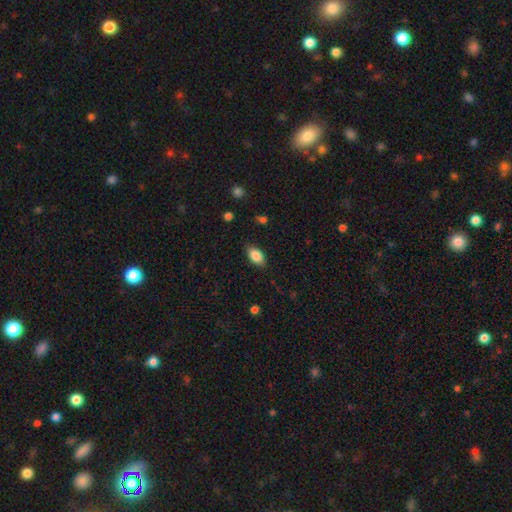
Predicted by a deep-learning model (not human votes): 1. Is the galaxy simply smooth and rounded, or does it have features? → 86% smooth, 7% star or artifact, 7% featured or disk.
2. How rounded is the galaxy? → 92% in between, 5% round, 3% cigar-shaped.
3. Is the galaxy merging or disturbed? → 84% none, 12% minor disturbance, 3% major disturbance, 1% merger.